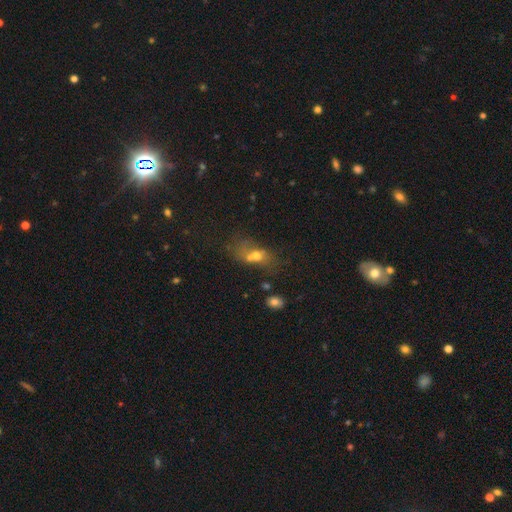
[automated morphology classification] Smooth or featured? smooth (56%)
How rounded? in between (61%)
Merging? merger (52%)